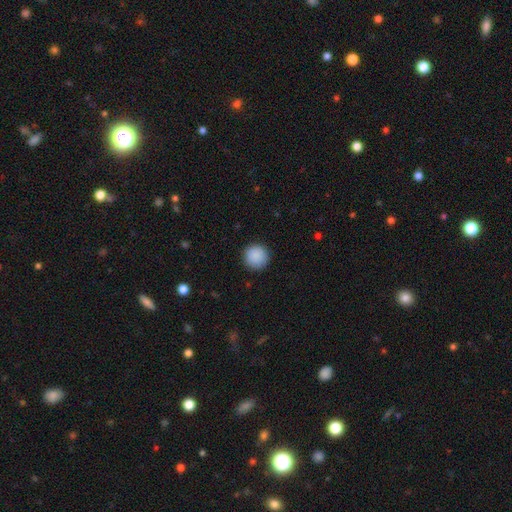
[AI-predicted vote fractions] smooth_or_featured: smooth (p=0.89) [alt: star or artifact p=0.08]
how_rounded: round (p=0.96) [alt: in between p=0.03]
merging: none (p=0.91) [alt: minor disturbance p=0.06]